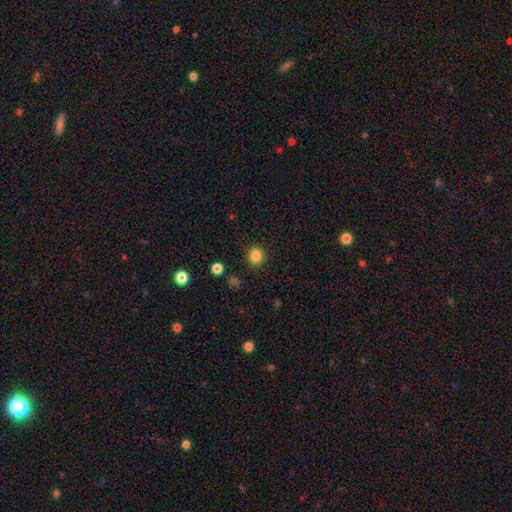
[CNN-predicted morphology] A smooth galaxy with no disk features (84%) that is round (79%). Merging: none (89%).